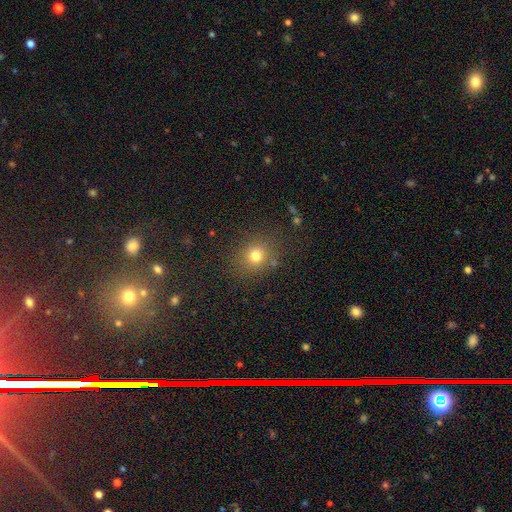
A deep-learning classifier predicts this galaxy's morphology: This is likely a smooth galaxy (75%). How rounded: likely round (79%). Merging: clearly none (81%).